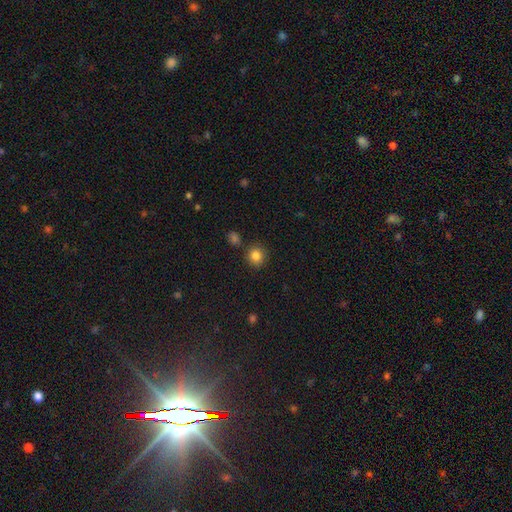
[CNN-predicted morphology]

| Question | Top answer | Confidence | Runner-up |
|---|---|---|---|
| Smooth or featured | smooth | 84% | star or artifact (11%) |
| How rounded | round | 87% | in between (12%) |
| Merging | none | 85% | minor disturbance (8%) |